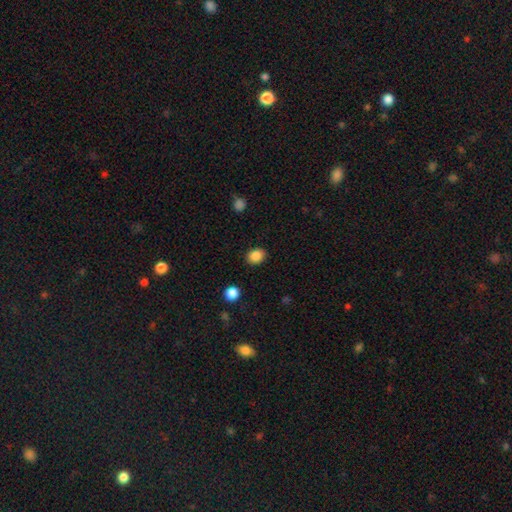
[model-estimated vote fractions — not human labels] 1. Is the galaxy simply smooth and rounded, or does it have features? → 87% smooth, 9% star or artifact, 4% featured or disk.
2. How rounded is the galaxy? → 52% in between, 47% round, 1% cigar-shaped.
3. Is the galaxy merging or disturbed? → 87% none, 9% minor disturbance, 2% major disturbance, 1% merger.